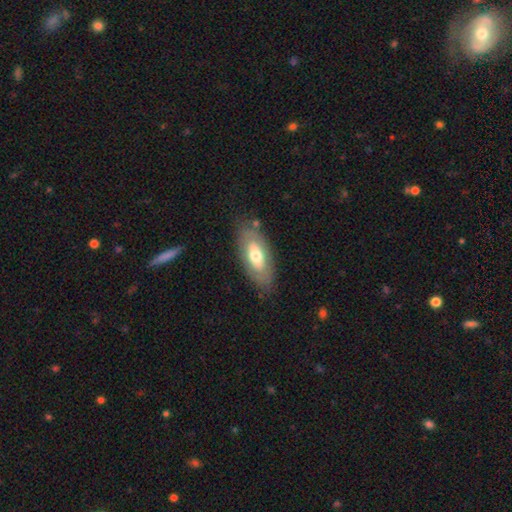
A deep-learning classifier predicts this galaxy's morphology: type=smooth (52%); roundness=in between (87%); merging=none (78%).